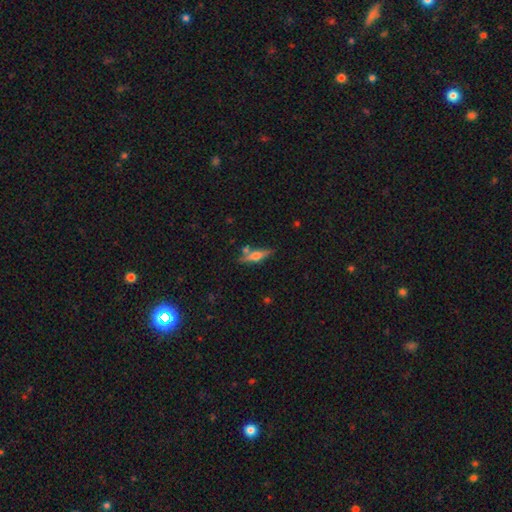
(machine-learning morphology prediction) Smooth or featured?
  - featured or disk: 53% *
  - smooth: 39%
  - star or artifact: 7%
Edge-on disk?
  - yes: 93% *
  - no: 7%
Merging?
  - none: 73% *
  - minor disturbance: 13%
  - merger: 11%
  - major disturbance: 3%